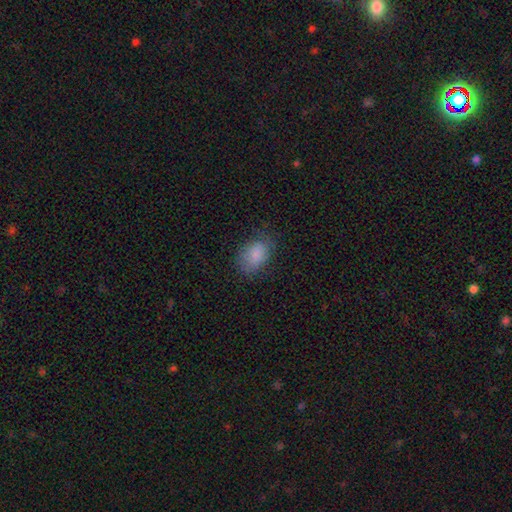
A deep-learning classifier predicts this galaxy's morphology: smooth 84%, star or artifact 9%, featured or disk 7%. Down the decision tree: how rounded — in between (83%); merging — none (74%).